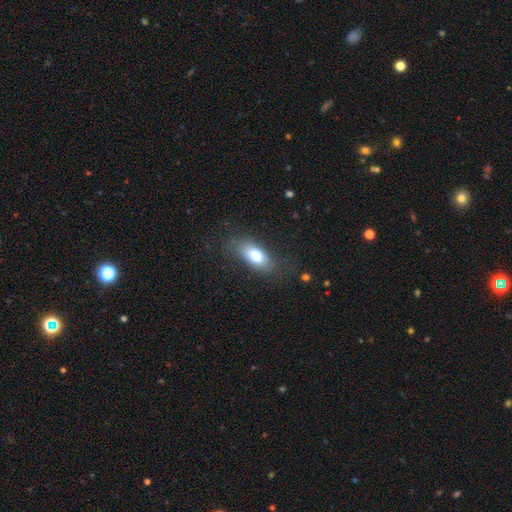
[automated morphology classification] Smooth or featured?
  - smooth: 77% *
  - featured or disk: 15%
  - star or artifact: 8%
How rounded?
  - in between: 83% *
  - cigar-shaped: 13%
  - round: 4%
Merging?
  - none: 74% *
  - minor disturbance: 17%
  - major disturbance: 8%
  - merger: 1%